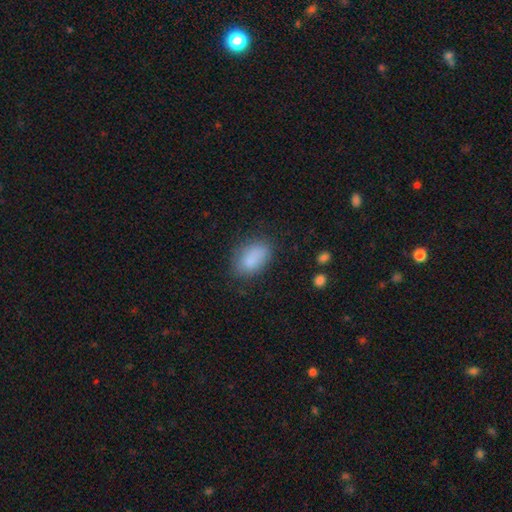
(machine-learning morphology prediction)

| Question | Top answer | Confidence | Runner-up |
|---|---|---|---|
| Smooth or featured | smooth | 85% | star or artifact (8%) |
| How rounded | in between | 89% | round (9%) |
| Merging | none | 73% | minor disturbance (19%) |